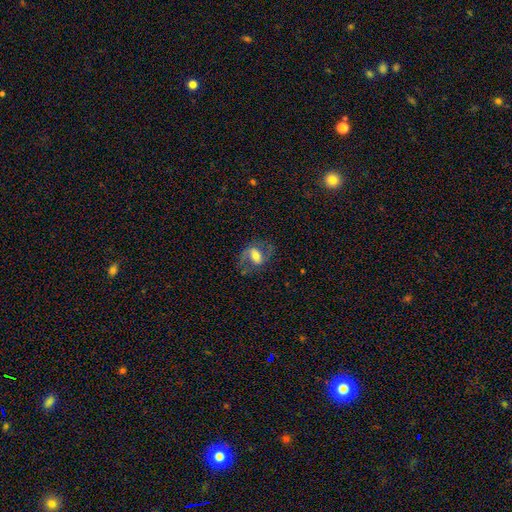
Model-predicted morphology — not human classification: The model was most divided on "bar": weak: 41%, strong: 32%, no: 27%. More confident: edge-on disk — no (95%); spiral arms — yes (79%); merging — none (66%); smooth or featured — featured or disk (64%); bulge size — moderate (57%).